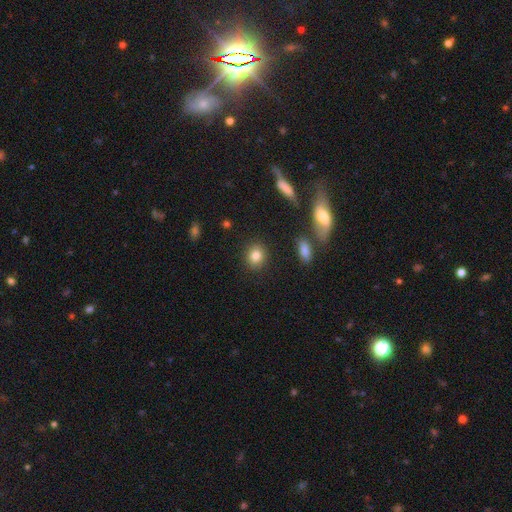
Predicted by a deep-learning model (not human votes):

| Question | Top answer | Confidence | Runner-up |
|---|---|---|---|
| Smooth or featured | smooth | 83% | star or artifact (10%) |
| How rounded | round | 72% | in between (27%) |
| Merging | none | 89% | minor disturbance (7%) |